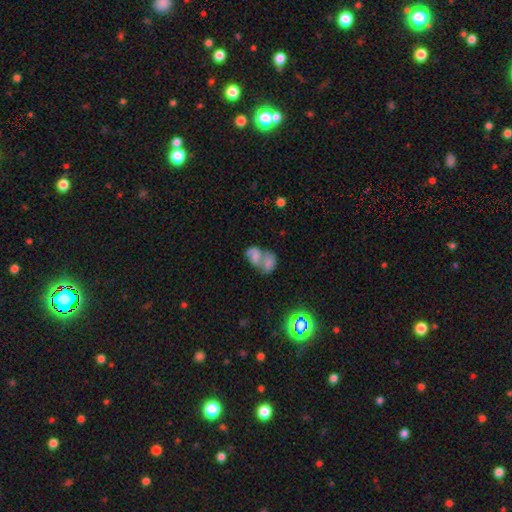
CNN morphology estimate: smooth_or_featured: smooth (p=0.57) [alt: featured or disk p=0.30]
how_rounded: in between (p=0.79) [alt: round p=0.19]
merging: merger (p=0.74) [alt: none p=0.13]